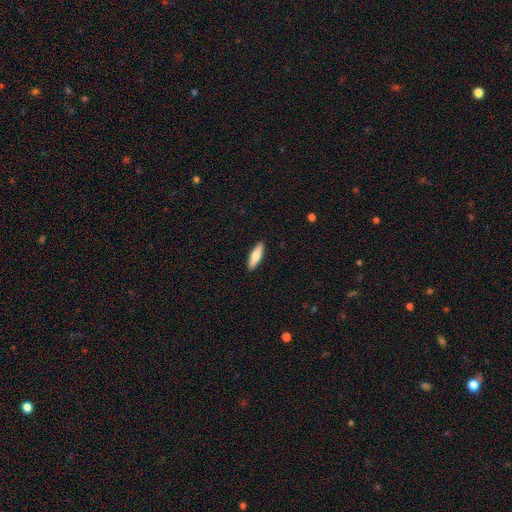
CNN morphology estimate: A smooth galaxy with no disk features (74%) that is cigar-shaped (60%). Merging: none (91%).